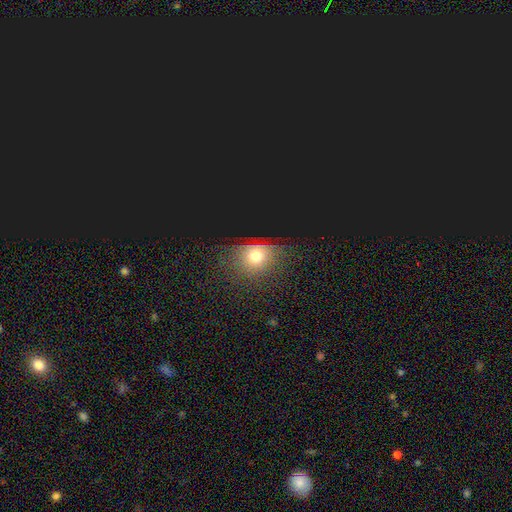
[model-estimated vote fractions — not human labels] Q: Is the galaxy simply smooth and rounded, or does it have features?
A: smooth — 60%.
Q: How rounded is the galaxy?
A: round — 68%.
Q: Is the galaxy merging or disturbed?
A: none — 75%.